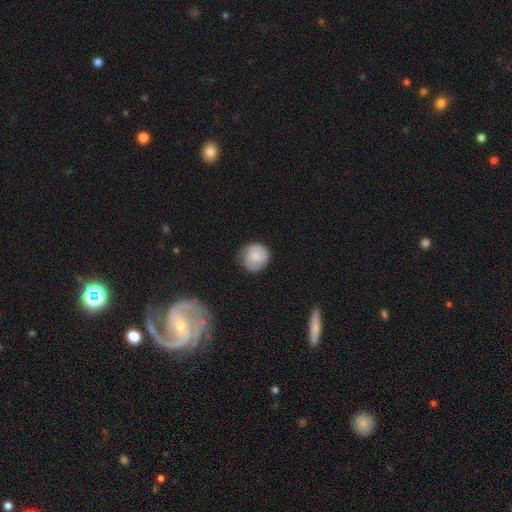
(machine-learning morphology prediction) Smooth or featured? Predicted: smooth (p=0.70). How rounded? Predicted: round (p=0.85). Merging? Predicted: none (p=0.59).